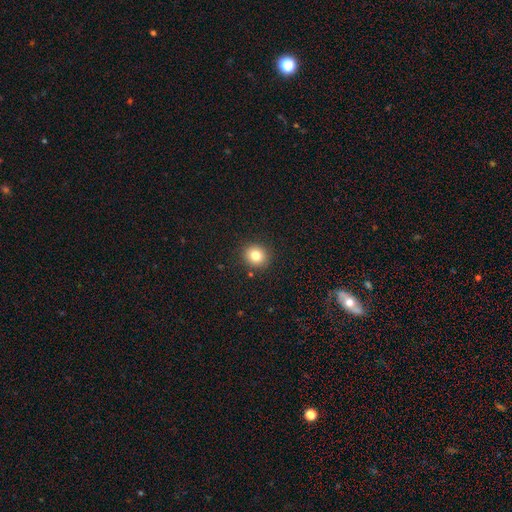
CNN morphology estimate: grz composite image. It shows a smooth galaxy with no disk features (80%) that is round (86%). Merging: none (90%).